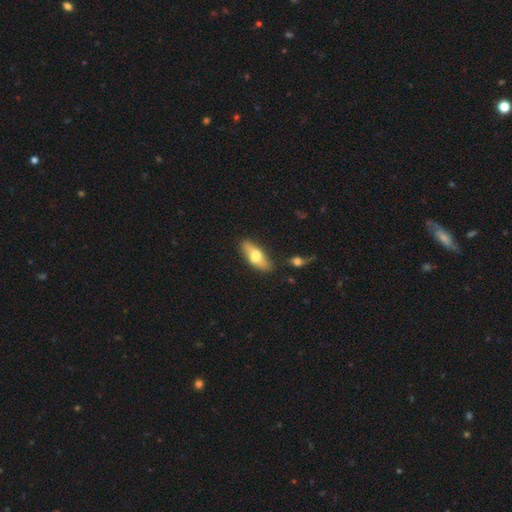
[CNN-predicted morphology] A smooth galaxy with no disk features (61%) that is in between round and cigar-shaped (71%). Merging: none (76%).